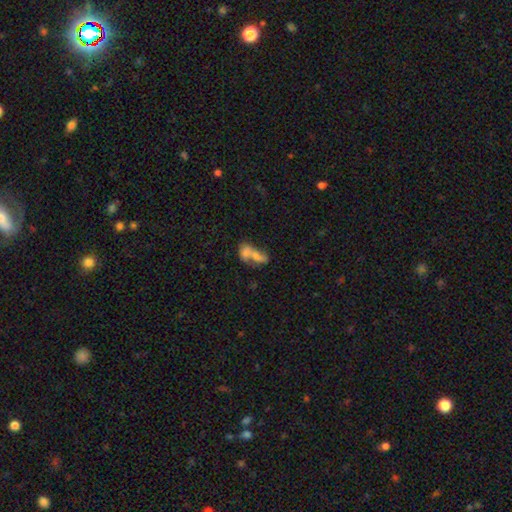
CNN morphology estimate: type=smooth (57%); roundness=in between (76%); merging=merger (67%).